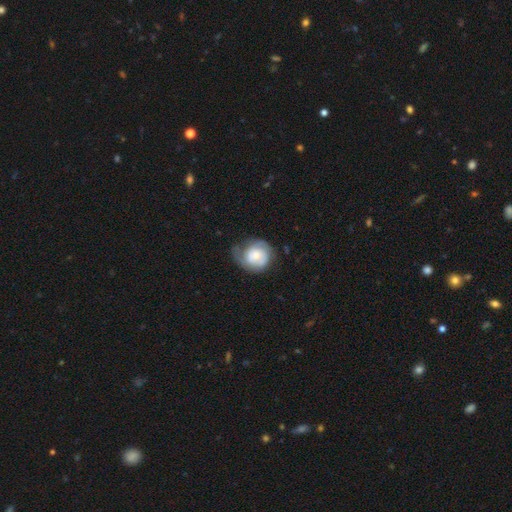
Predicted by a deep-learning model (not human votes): A featured or disk galaxy (50%). Merging: none (46%).